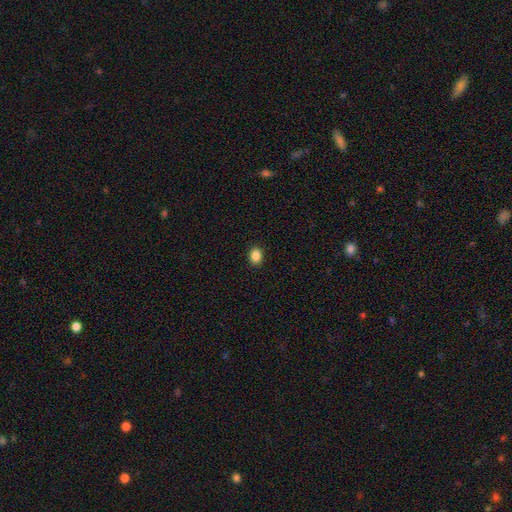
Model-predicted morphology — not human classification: Overall: smooth (87%). How rounded: in between (55%; round 44%). Merging: none (91%).